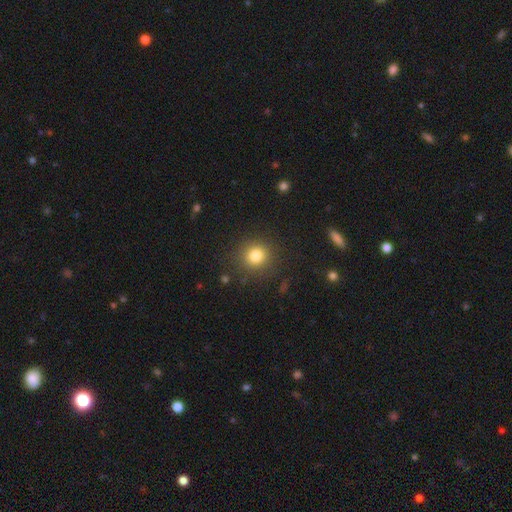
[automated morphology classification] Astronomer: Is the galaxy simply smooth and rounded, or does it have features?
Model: smooth — 81%.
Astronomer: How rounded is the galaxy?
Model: round — 89%.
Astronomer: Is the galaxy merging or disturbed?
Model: none — 87%.